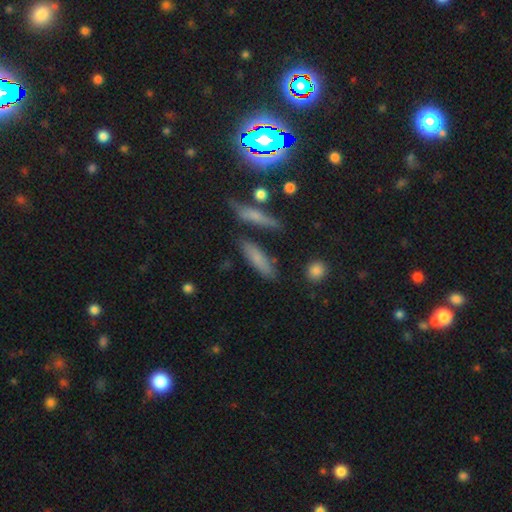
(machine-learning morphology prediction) A smooth galaxy with no disk features (69%) that is cigar-shaped (63%).

Vote fractions:
- Smooth or featured? smooth: 69% / featured or disk: 20% / star or artifact: 11%
- How rounded? cigar-shaped: 63% / in between: 34% / round: 4%
- Merging? none: 75% / minor disturbance: 14% / merger: 7% / major disturbance: 4%